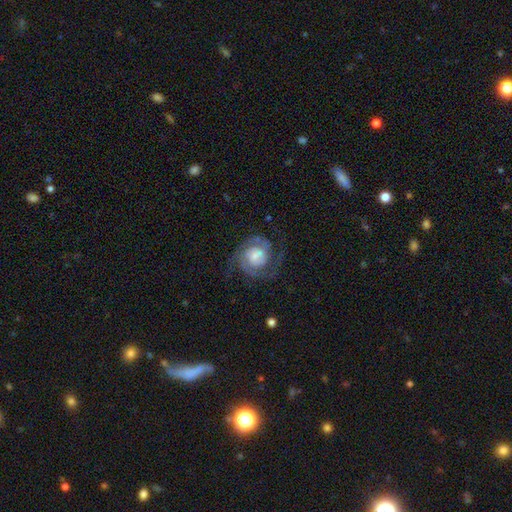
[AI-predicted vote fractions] smooth-or-featured: featured or disk: 82% | smooth: 12% | star or artifact: 6%
  disk-edge-on: no: 98% | yes: 2%
    bar: no: 61% | weak: 32% | strong: 7%
    has-spiral-arms: yes: 95% | no: 5%
      spiral-winding: tight: 48% | medium: 40% | loose: 12%
      spiral-arm-count: 2: 60% | 3: 15% | can't tell: 13% | 1: 5% | 4: 4% | more than 4: 3%
    bulge-size: small: 41% | moderate: 31% | large: 17% | none: 8% | dominant: 3%
  merging: none: 67% | minor disturbance: 16% | major disturbance: 15% | merger: 2%